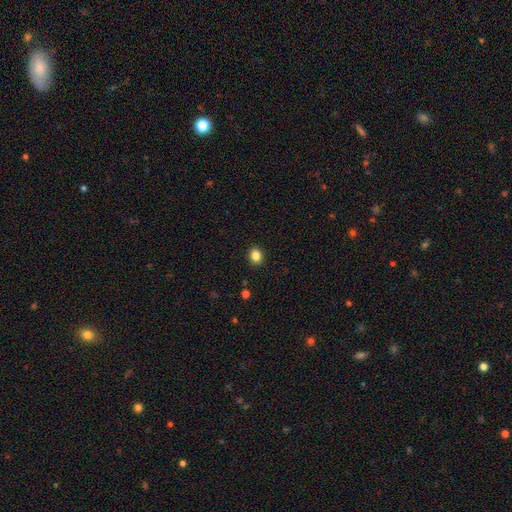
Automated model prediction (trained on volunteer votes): Overall: smooth (84%). How rounded: round (59%; in between 40%). Merging: none (91%).